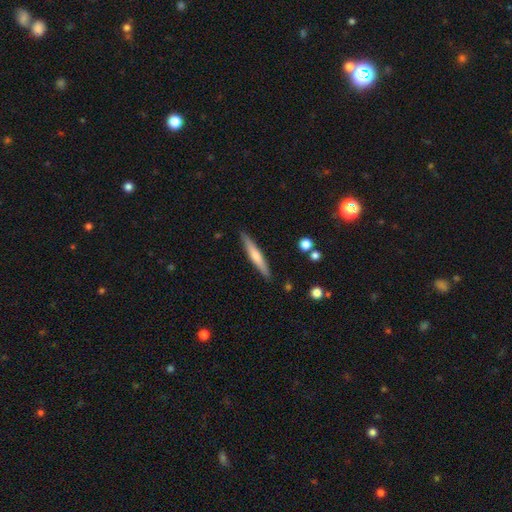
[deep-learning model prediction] Q: Smooth or featured?
A: smooth (54%); runner-up: featured or disk (40%)
Q: How rounded?
A: cigar-shaped (94%); runner-up: in between (5%)
Q: Merging?
A: none (89%); runner-up: minor disturbance (8%)